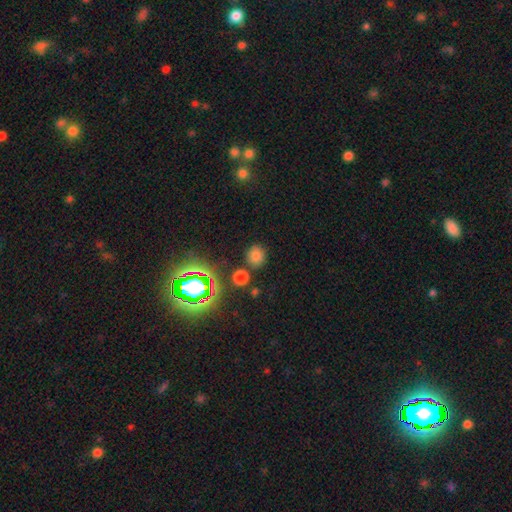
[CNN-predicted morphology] smooth 72%, star or artifact 22%, featured or disk 6%. Down the decision tree: how rounded — round (79%); merging — none (82%).